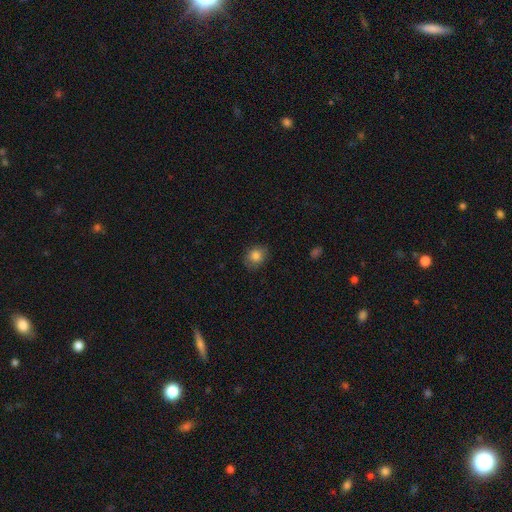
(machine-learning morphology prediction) smooth-or-featured: smooth: 82% | star or artifact: 10% | featured or disk: 8%
  how-rounded: round: 61% | in between: 38% | cigar-shaped: 1%
  merging: none: 80% | minor disturbance: 16% | major disturbance: 3% | merger: 1%